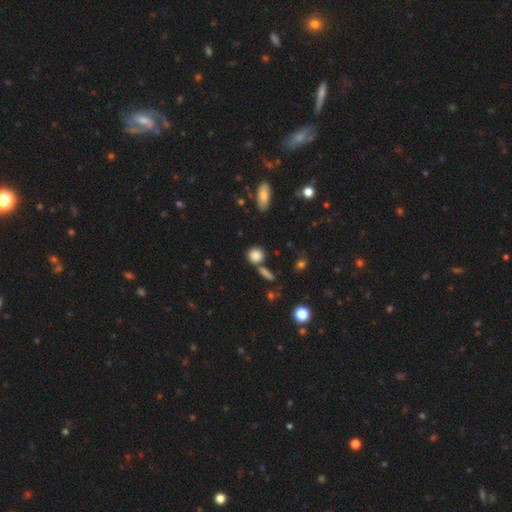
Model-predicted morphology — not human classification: smooth-or-featured: smooth: 84% | star or artifact: 10% | featured or disk: 6%
  how-rounded: round: 81% | in between: 16% | cigar-shaped: 3%
  merging: none: 69% | merger: 16% | minor disturbance: 11% | major disturbance: 4%